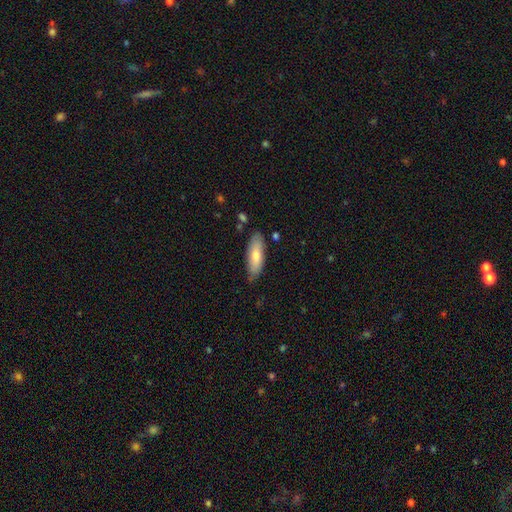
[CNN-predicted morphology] Overall: smooth (71%). How rounded: in between (65%; cigar-shaped 33%). Merging: none (80%).